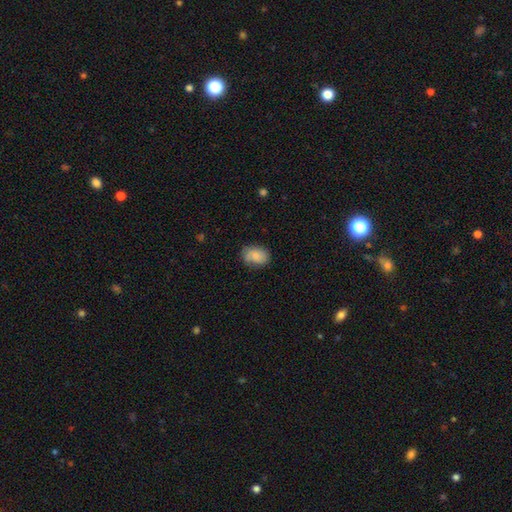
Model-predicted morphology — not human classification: Smooth or featured? smooth (79%)
How rounded? in between (73%)
Merging? none (69%)